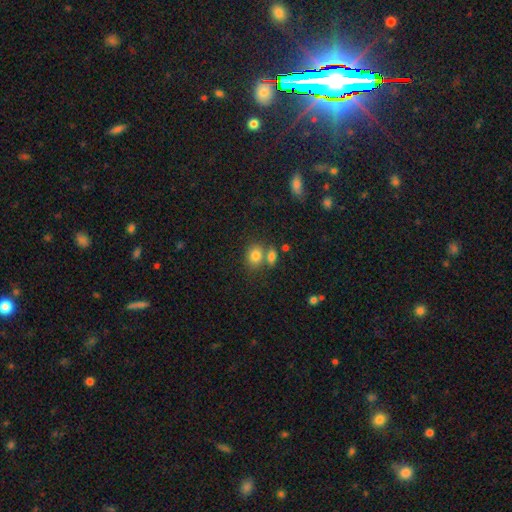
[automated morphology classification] A smooth galaxy with no disk features (81%) that is in between round and cigar-shaped (52%). Merging: none (51%).